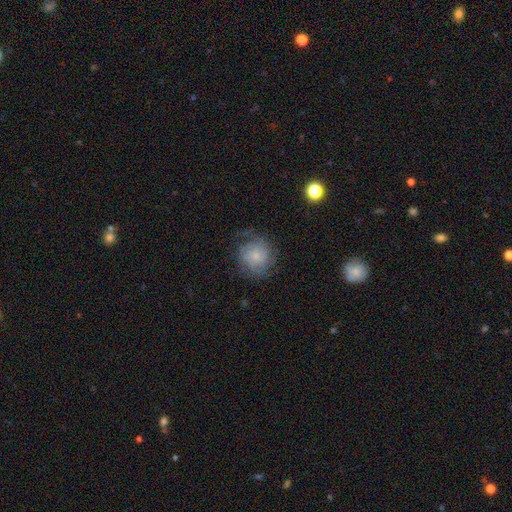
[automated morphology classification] Q: Smooth or featured?
A: smooth (54%); runner-up: featured or disk (38%)
Q: How rounded?
A: round (87%); runner-up: in between (12%)
Q: Merging?
A: none (62%); runner-up: minor disturbance (21%)